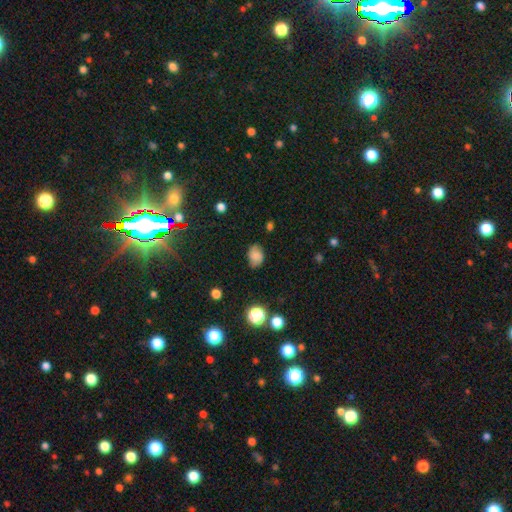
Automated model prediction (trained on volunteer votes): A smooth galaxy with no disk features (73%) that is in between round and cigar-shaped (72%). Merging: none (75%).